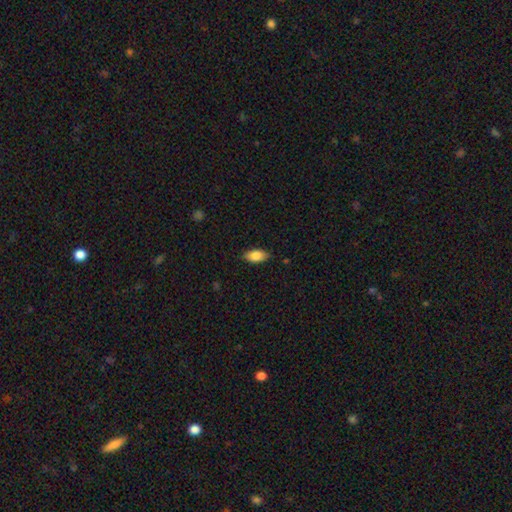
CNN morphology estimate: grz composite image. It shows a smooth galaxy with no disk features (84%) that is in between round and cigar-shaped (90%). Merging: none (85%).